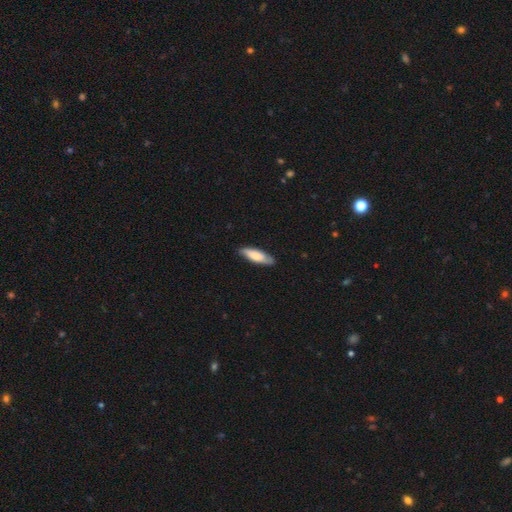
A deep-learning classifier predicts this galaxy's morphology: The model was most divided on "how rounded": cigar-shaped: 51%, in between: 48%, round: 2%. More confident: merging — none (83%); smooth or featured — smooth (74%).